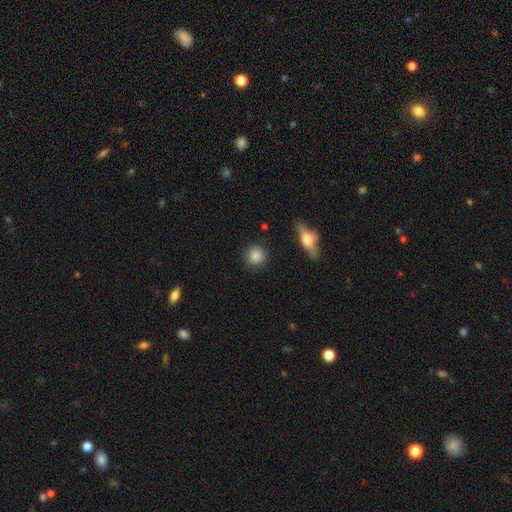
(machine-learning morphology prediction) smooth-or-featured: smooth: 84% | featured or disk: 8% | star or artifact: 8%
  how-rounded: round: 90% | in between: 8% | cigar-shaped: 2%
  merging: none: 86% | minor disturbance: 9% | major disturbance: 3% | merger: 2%